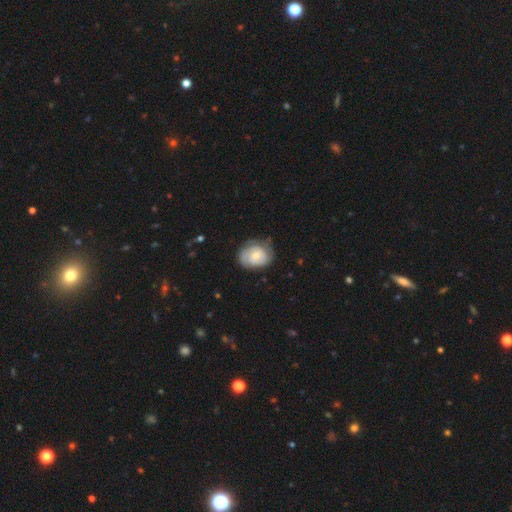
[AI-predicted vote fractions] Smooth or featured: smooth — 47% (tied with featured or disk — 47%)
Merging: none — 64% (minor disturbance — 26%)